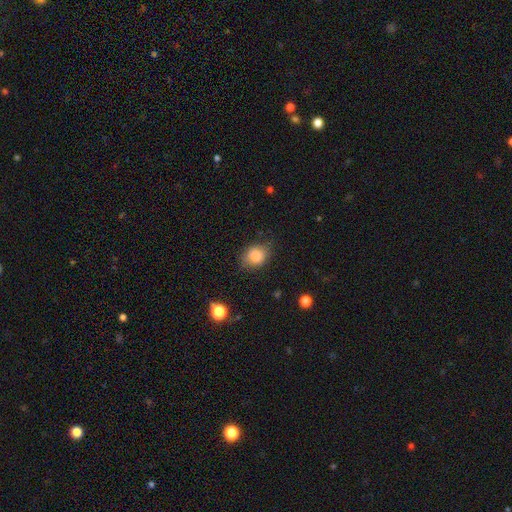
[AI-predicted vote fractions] Smooth or featured?
  - smooth: 80% *
  - featured or disk: 10%
  - star or artifact: 10%
How rounded?
  - in between: 58% *
  - round: 41%
  - cigar-shaped: 1%
Merging?
  - none: 78% *
  - minor disturbance: 17%
  - major disturbance: 4%
  - merger: 1%